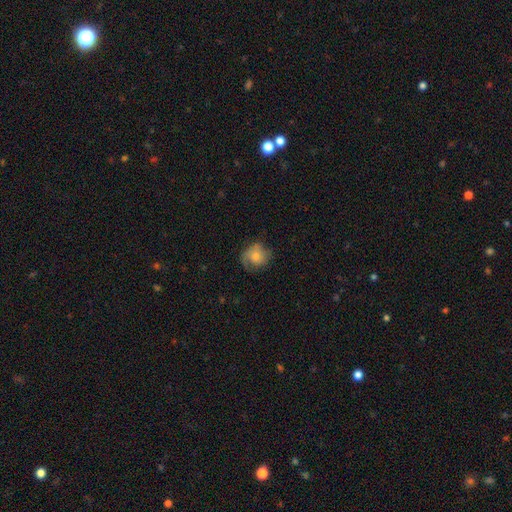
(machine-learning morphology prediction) This is possibly a smooth galaxy (55%). How rounded: likely round (73%). Merging: possibly none (58%).